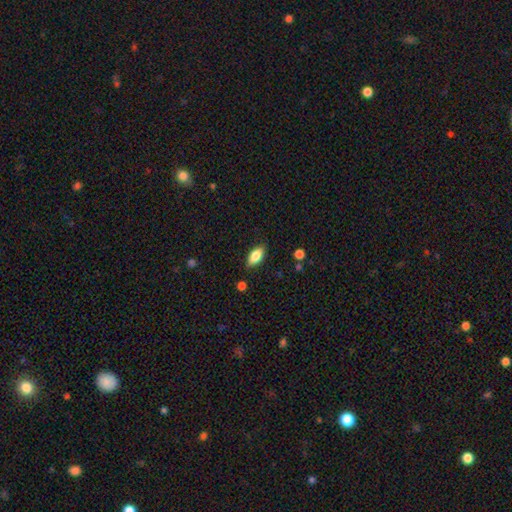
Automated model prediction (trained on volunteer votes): Smooth or featured? smooth (77%)
How rounded? in between (86%)
Merging? none (85%)